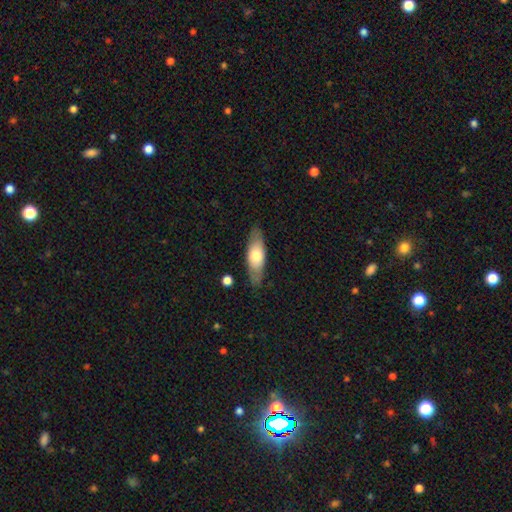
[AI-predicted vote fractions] Morphology: type=smooth (62%); roundness=in between (62%); merging=none (82%).